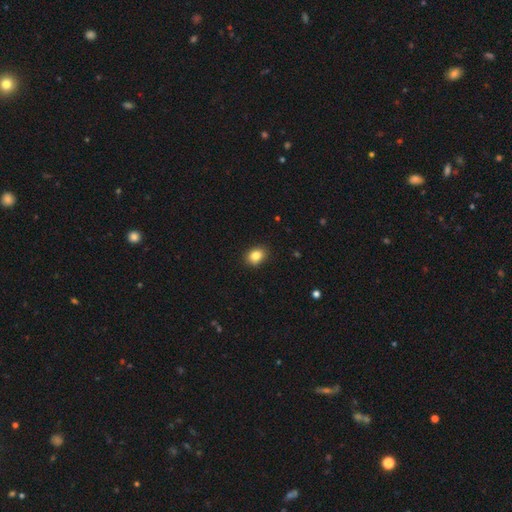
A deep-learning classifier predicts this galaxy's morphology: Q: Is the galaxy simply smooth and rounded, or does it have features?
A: smooth — 84%.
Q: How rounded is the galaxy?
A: in between — 52%.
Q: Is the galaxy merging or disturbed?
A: none — 89%.